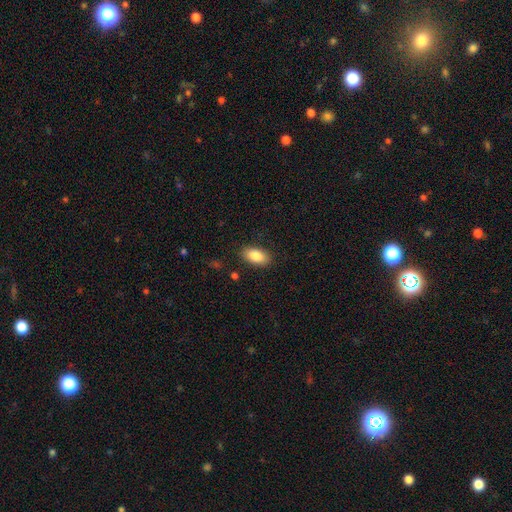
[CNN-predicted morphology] smooth 85%, featured or disk 7%, star or artifact 7%. Down the decision tree: how rounded — in between (92%); merging — none (87%).